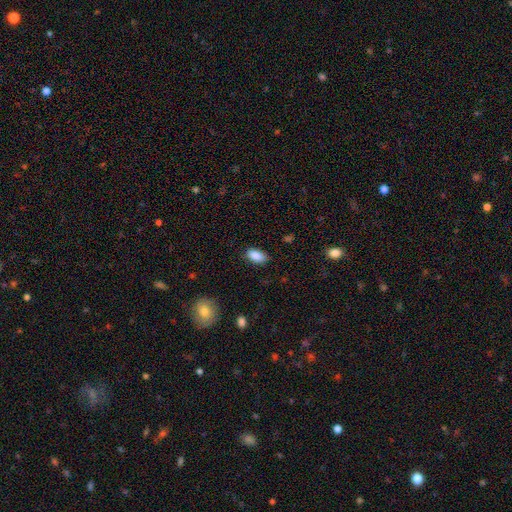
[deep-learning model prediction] Q: Smooth or featured?
A: smooth (88%); runner-up: star or artifact (7%)
Q: How rounded?
A: in between (93%); runner-up: round (4%)
Q: Merging?
A: none (82%); runner-up: minor disturbance (14%)